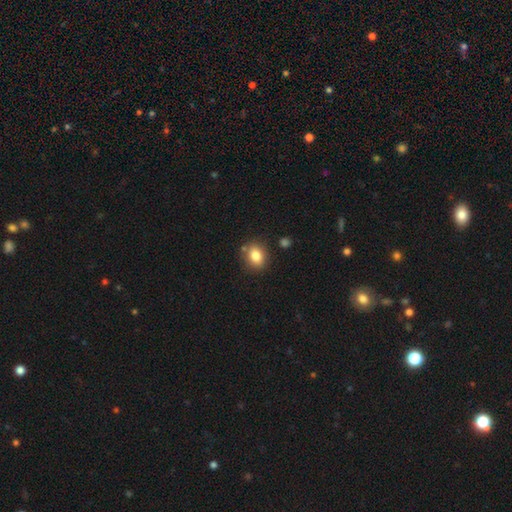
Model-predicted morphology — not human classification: smooth_or_featured: smooth (p=0.82) [alt: star or artifact p=0.10]
how_rounded: in between (p=0.55) [alt: round p=0.44]
merging: none (p=0.81) [alt: minor disturbance p=0.11]